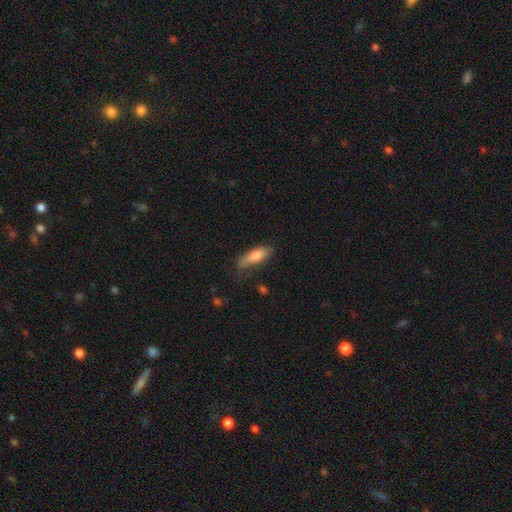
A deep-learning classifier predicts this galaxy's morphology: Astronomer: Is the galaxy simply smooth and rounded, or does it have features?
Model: smooth — 79%.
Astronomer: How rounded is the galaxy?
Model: in between — 58% (runner-up: cigar-shaped, 40%).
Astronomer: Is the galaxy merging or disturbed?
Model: none — 62%.